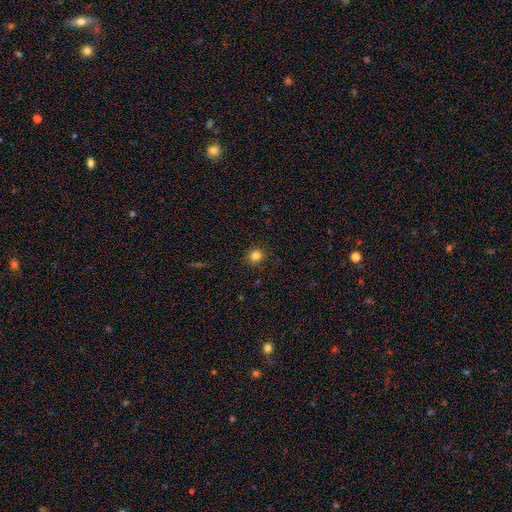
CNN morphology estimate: smooth_or_featured: smooth (p=0.83) [alt: star or artifact p=0.12]
how_rounded: round (p=0.87) [alt: in between p=0.12]
merging: none (p=0.89) [alt: minor disturbance p=0.07]